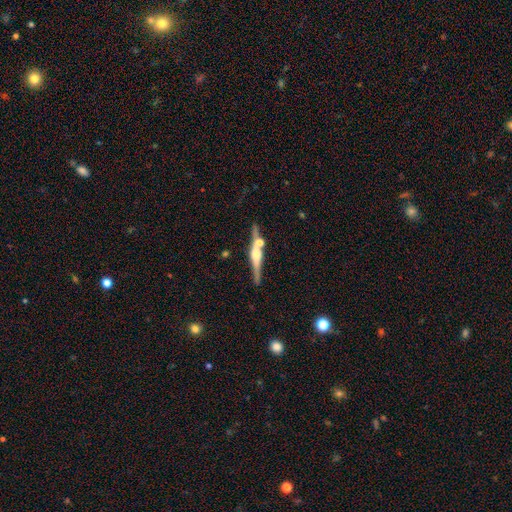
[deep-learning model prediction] Smooth or featured? Predicted: featured or disk (p=0.79). Edge-on disk? Predicted: yes (p=0.97). Edge-on bulge? Predicted: rounded (p=0.89). Merging? Predicted: none (p=0.75).